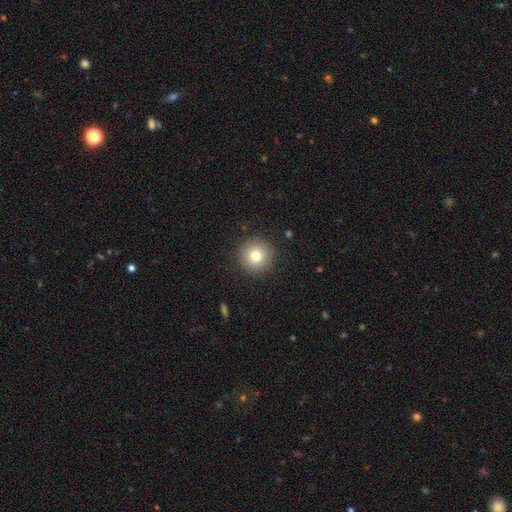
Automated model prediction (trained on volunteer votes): smooth_or_featured: smooth (p=0.78) [alt: star or artifact p=0.12]
how_rounded: round (p=0.96) [alt: in between p=0.03]
merging: none (p=0.91) [alt: minor disturbance p=0.06]